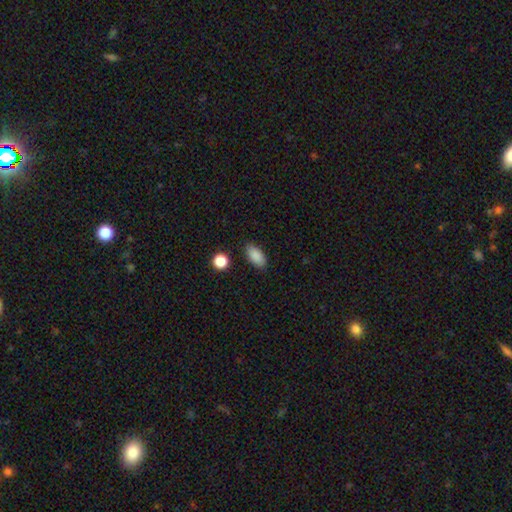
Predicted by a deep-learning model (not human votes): Q: Smooth or featured?
A: smooth (88%); runner-up: star or artifact (8%)
Q: How rounded?
A: in between (91%); runner-up: round (5%)
Q: Merging?
A: none (86%); runner-up: minor disturbance (10%)